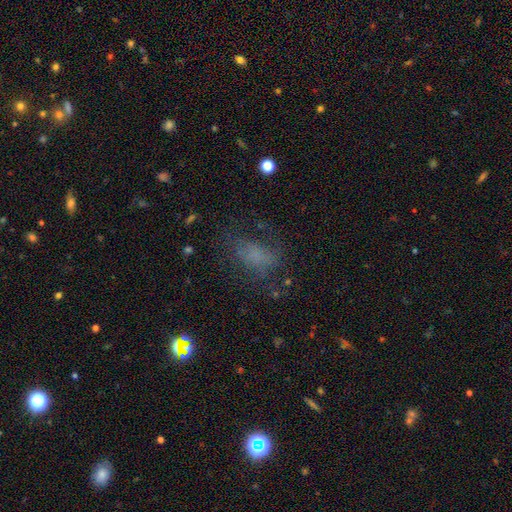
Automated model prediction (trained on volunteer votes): Smooth or featured? Predicted: smooth (p=0.57). How rounded? Predicted: in between (p=0.79). Merging? Predicted: none (p=0.55).